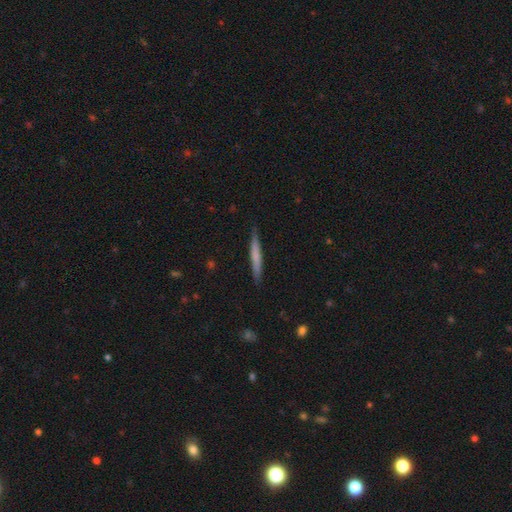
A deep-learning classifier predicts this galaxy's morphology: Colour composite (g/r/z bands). It shows a smooth galaxy with no disk features (59%) that is cigar-shaped (96%). Merging: none (88%).